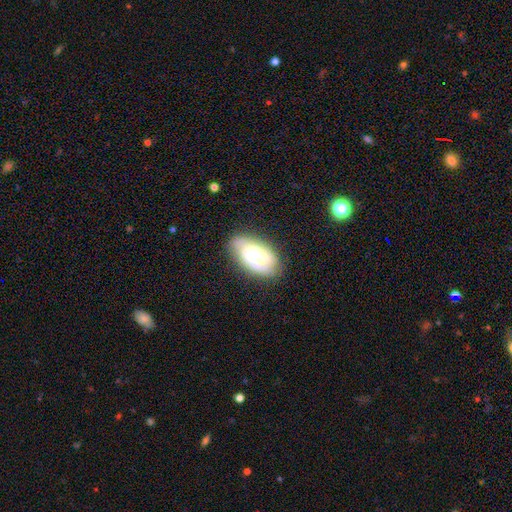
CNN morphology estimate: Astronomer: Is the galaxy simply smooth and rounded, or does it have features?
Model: featured or disk — 62%.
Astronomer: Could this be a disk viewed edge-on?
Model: no — 92%.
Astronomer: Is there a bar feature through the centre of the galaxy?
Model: weak — 43% (runner-up: no, 36%).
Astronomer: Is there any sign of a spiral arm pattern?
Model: yes — 82%.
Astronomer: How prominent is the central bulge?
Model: moderate — 60%.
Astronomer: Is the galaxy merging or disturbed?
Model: none — 76%.